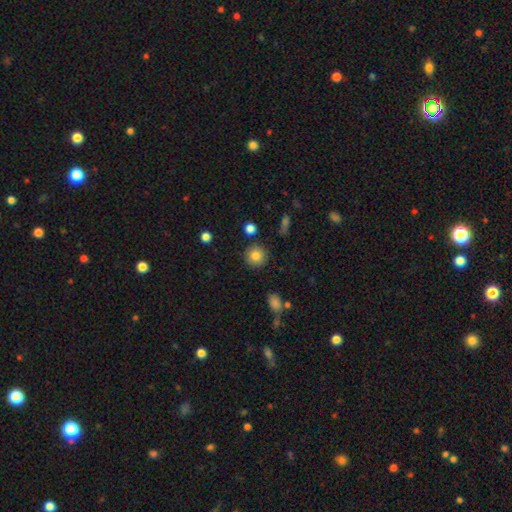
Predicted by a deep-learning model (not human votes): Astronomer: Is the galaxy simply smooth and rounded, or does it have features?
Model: smooth — 83%.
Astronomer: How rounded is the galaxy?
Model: round — 93%.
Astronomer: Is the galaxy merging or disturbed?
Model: none — 88%.